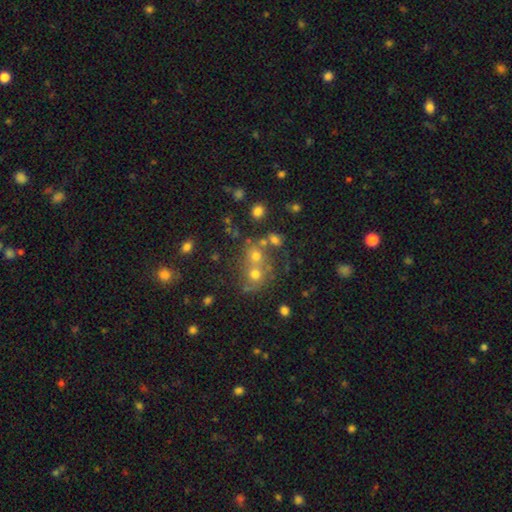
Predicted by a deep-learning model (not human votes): Smooth or featured? smooth (62%)
How rounded? round (76%)
Merging? merger (44%)